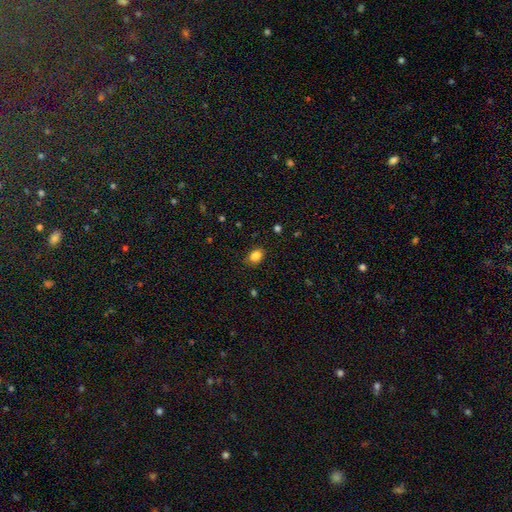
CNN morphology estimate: smooth_or_featured: smooth (p=0.86) [alt: star or artifact p=0.10]
how_rounded: in between (p=0.76) [alt: round p=0.23]
merging: none (p=0.79) [alt: minor disturbance p=0.16]